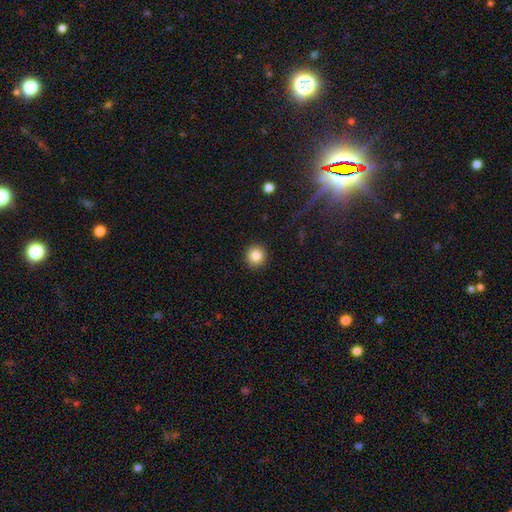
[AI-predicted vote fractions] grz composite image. It shows a smooth galaxy with no disk features (85%) that is round (95%). Merging: none (93%).